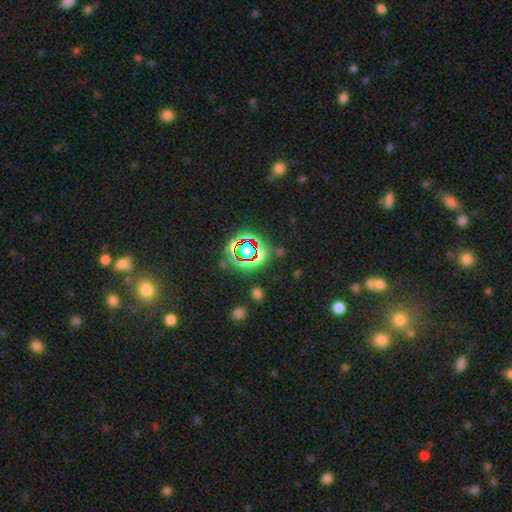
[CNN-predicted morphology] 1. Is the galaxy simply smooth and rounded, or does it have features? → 67% star or artifact, 22% smooth, 11% featured or disk.